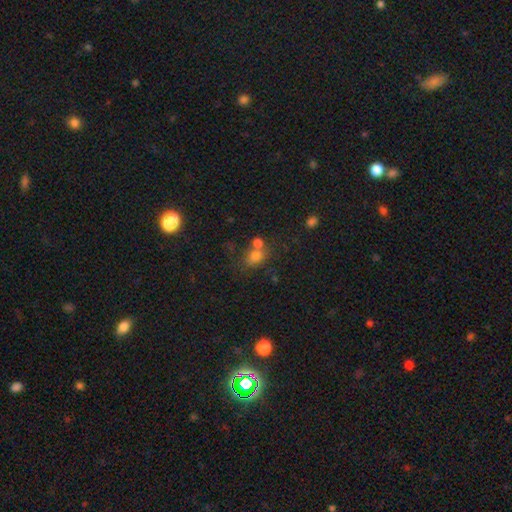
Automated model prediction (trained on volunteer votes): smooth_or_featured: smooth (p=0.71) [alt: star or artifact p=0.17]
how_rounded: round (p=0.49) [tied with: in between p=0.49]
merging: none (p=0.47) [alt: merger p=0.34]